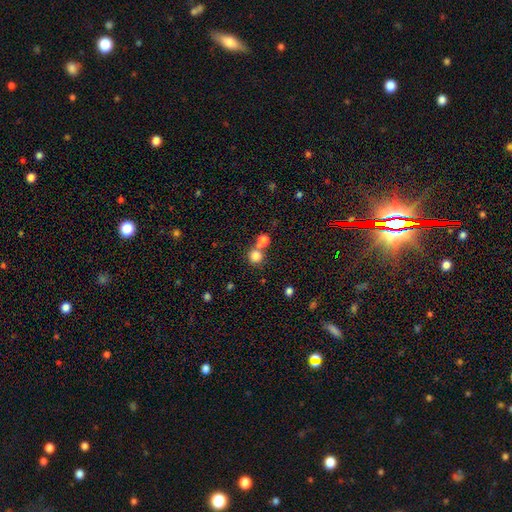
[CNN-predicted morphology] This is clearly a smooth galaxy (80%). How rounded: clearly round (90%). Merging: possibly none (53%).